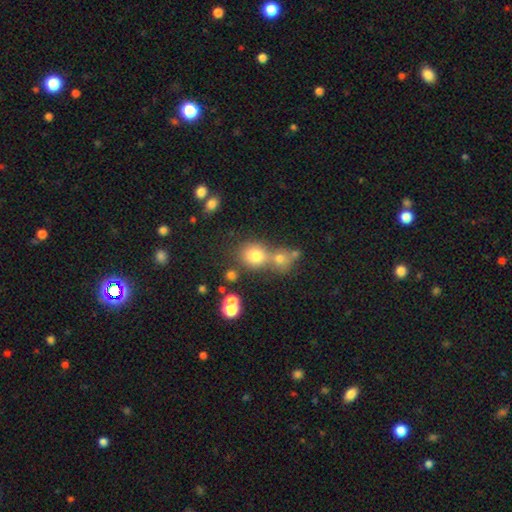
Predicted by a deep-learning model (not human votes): Smooth or featured?
  - smooth: 73% *
  - star or artifact: 17%
  - featured or disk: 11%
How rounded?
  - round: 78% *
  - in between: 21%
  - cigar-shaped: 1%
Merging?
  - none: 48% *
  - merger: 39%
  - minor disturbance: 9%
  - major disturbance: 4%